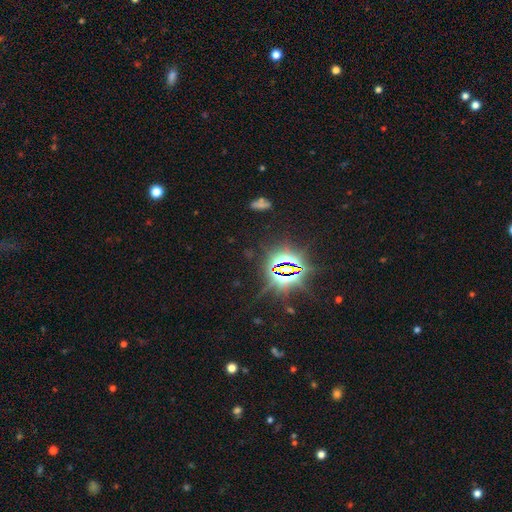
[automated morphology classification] Smooth or featured: star or artifact — 84% (smooth — 9%)